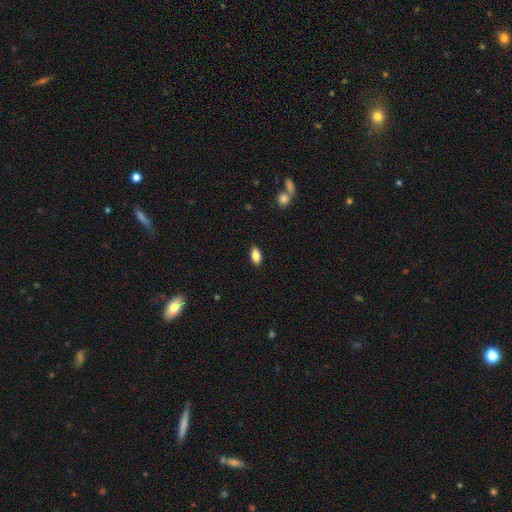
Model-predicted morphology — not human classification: Smooth or featured? Predicted: smooth (p=0.82). How rounded? Predicted: in between (p=0.89). Merging? Predicted: none (p=0.89).